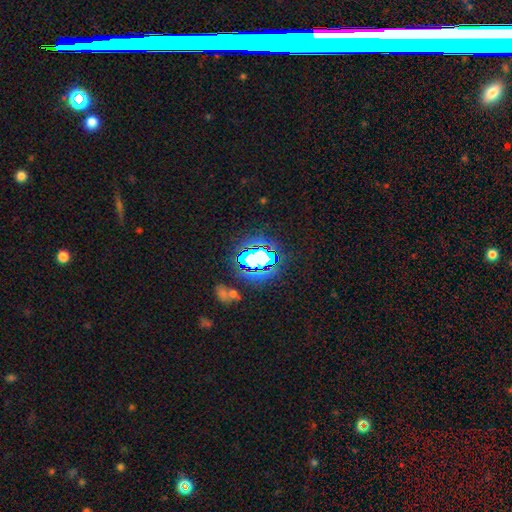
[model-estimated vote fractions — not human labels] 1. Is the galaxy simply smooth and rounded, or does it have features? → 62% star or artifact, 25% smooth, 13% featured or disk.